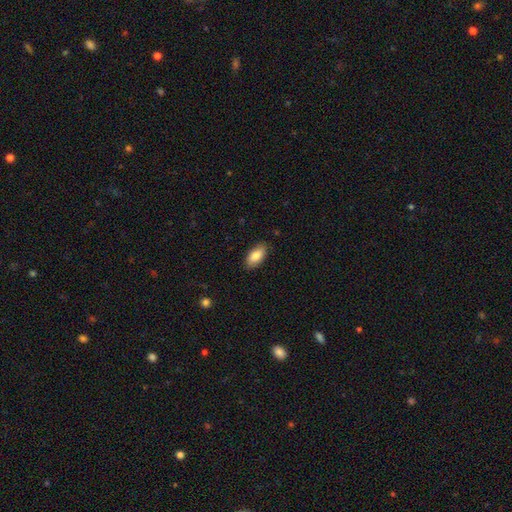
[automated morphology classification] This appears to be a smooth galaxy with no disk features (85%) that is in between round and cigar-shaped (91%). Merging: none (87%).